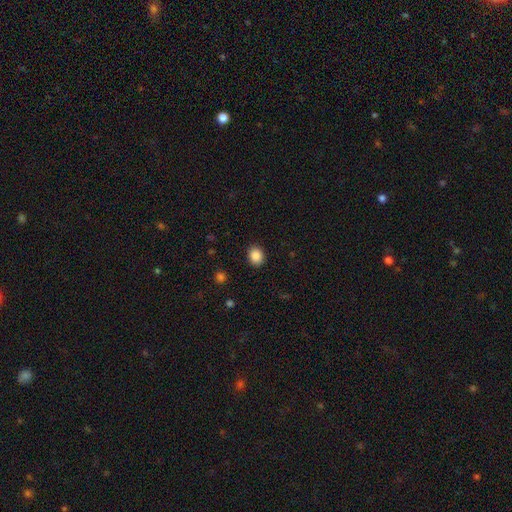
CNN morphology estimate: A smooth galaxy with no disk features (88%) that is round (52%).

Vote fractions:
- Smooth or featured? smooth: 88% / star or artifact: 9% / featured or disk: 3%
- How rounded? round: 52% / in between: 48% / cigar-shaped: 1%
- Merging? none: 90% / minor disturbance: 7% / major disturbance: 2% / merger: 1%